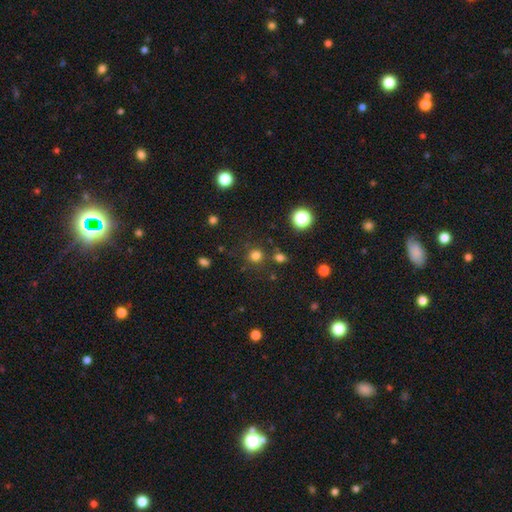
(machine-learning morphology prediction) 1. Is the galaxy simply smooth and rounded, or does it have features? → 75% smooth, 20% star or artifact, 5% featured or disk.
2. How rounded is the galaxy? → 91% round, 8% in between, 1% cigar-shaped.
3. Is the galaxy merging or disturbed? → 81% none, 8% minor disturbance, 7% merger, 4% major disturbance.